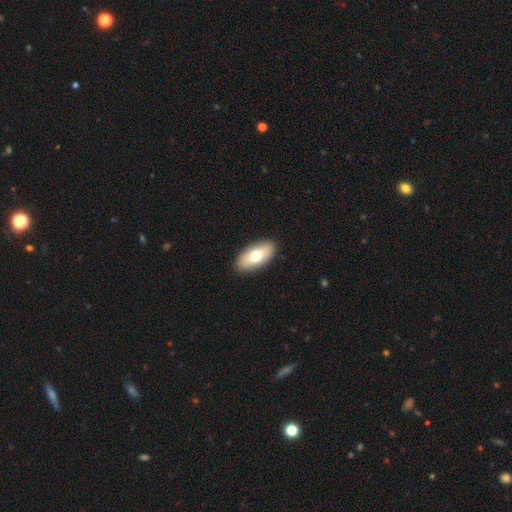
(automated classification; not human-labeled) Smooth or featured? Predicted: smooth (p=0.71). How rounded? Predicted: in between (p=0.91). Merging? Predicted: none (p=0.90).